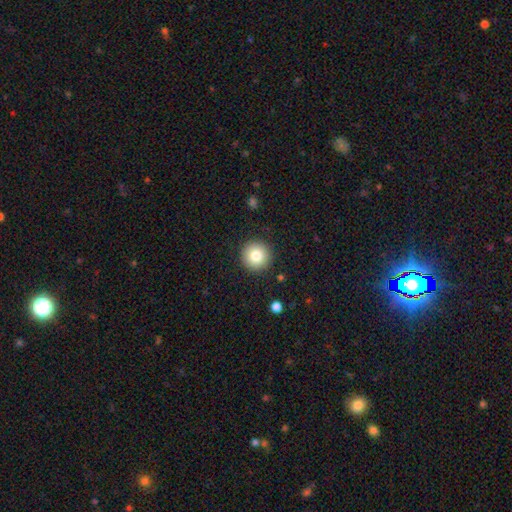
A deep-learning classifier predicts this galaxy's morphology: The model was most divided on "smooth or featured": smooth: 82%, star or artifact: 9%, featured or disk: 8%. More confident: how rounded — round (96%); merging — none (91%).